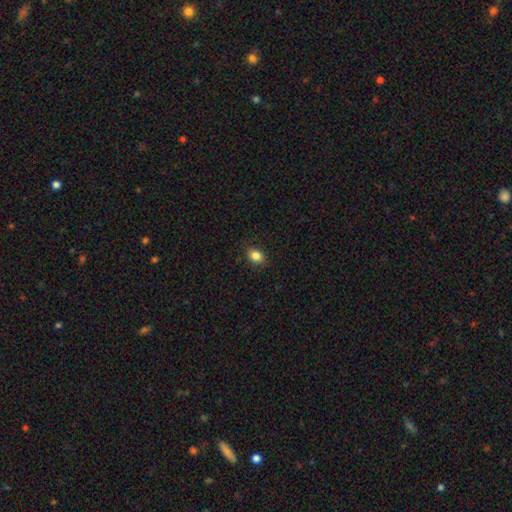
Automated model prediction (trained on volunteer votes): A smooth galaxy with no disk features (85%) that is in between round and cigar-shaped (66%). Merging: none (87%).